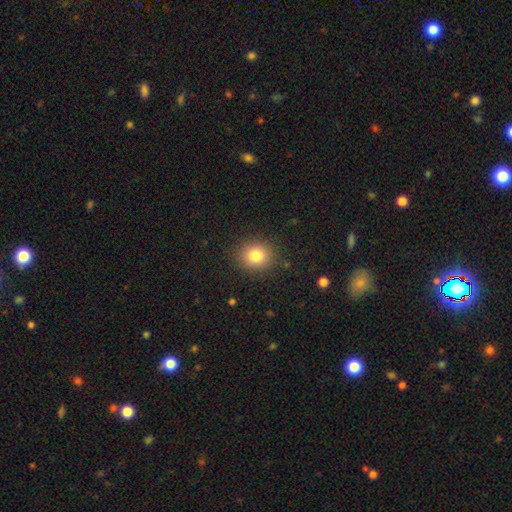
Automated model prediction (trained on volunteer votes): A smooth galaxy with no disk features (82%) that is round (79%).

Vote fractions:
- Smooth or featured? smooth: 82% / star or artifact: 11% / featured or disk: 7%
- How rounded? round: 79% / in between: 20% / cigar-shaped: 1%
- Merging? none: 88% / minor disturbance: 8% / major disturbance: 3% / merger: 1%